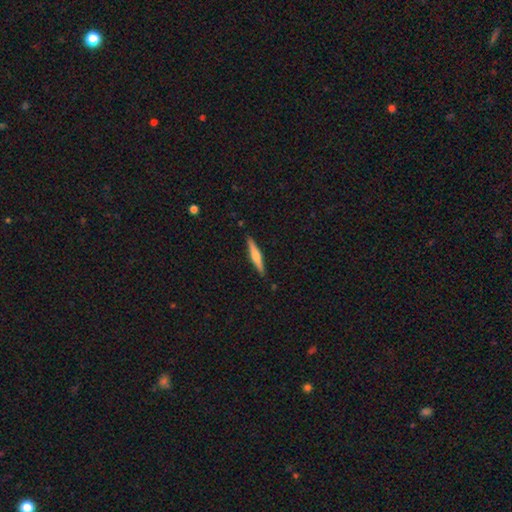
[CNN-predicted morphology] This is possibly a featured or disk galaxy (53%). It is clearly viewed edge-on (97%). Edge-on bulge: likely rounded (78%). Merging: clearly none (90%).